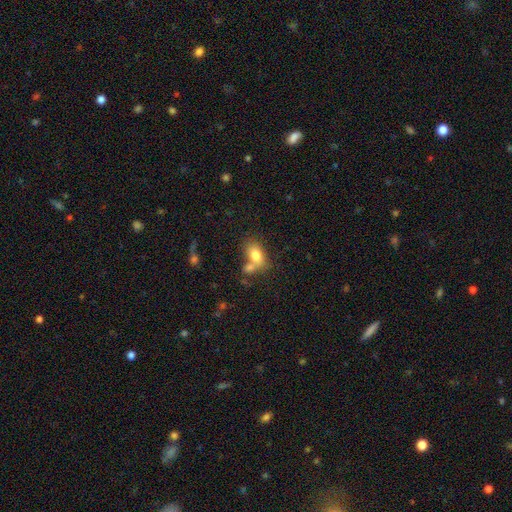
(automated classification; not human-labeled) Smooth or featured? Predicted: smooth (p=0.78). How rounded? Predicted: in between (p=0.85). Merging? Predicted: none (p=0.42).